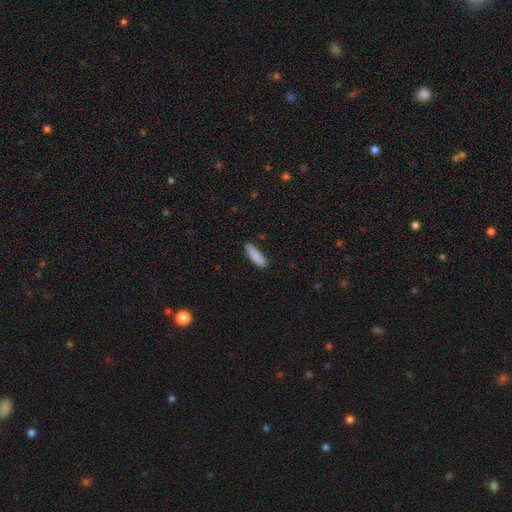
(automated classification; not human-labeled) Q: Smooth or featured?
A: smooth (88%); runner-up: star or artifact (6%)
Q: How rounded?
A: cigar-shaped (70%); runner-up: in between (29%)
Q: Merging?
A: none (86%); runner-up: minor disturbance (11%)